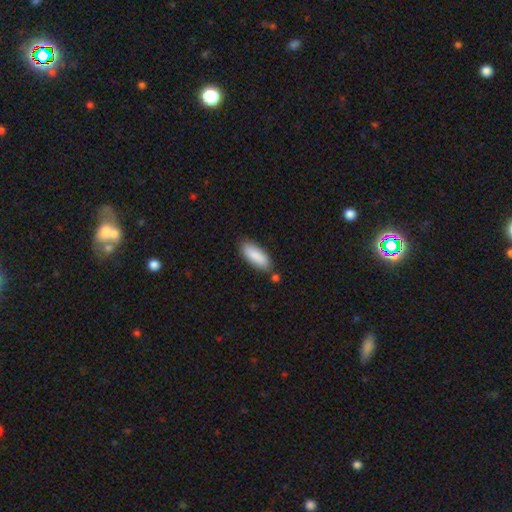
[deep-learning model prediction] This is clearly a smooth galaxy (86%). How rounded: likely in between (68%). Merging: likely none (76%).